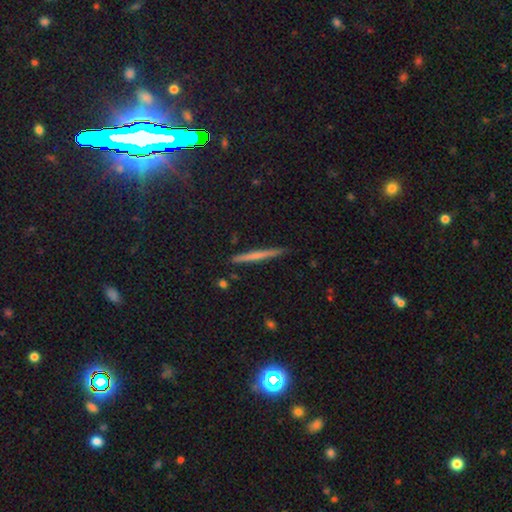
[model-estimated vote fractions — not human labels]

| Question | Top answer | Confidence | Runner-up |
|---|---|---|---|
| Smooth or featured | smooth | 54% | featured or disk (38%) |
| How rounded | cigar-shaped | 96% | in between (2%) |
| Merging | none | 90% | minor disturbance (7%) |